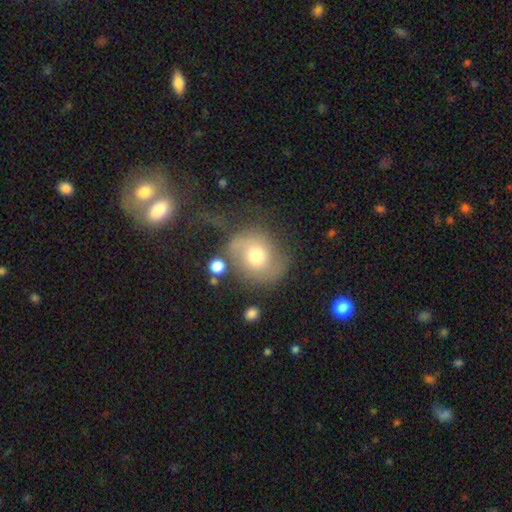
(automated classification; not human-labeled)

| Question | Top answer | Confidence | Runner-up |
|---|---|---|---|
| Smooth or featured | smooth | 50% | featured or disk (38%) |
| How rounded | round | 73% | in between (26%) |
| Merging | none | 52% | minor disturbance (22%) |